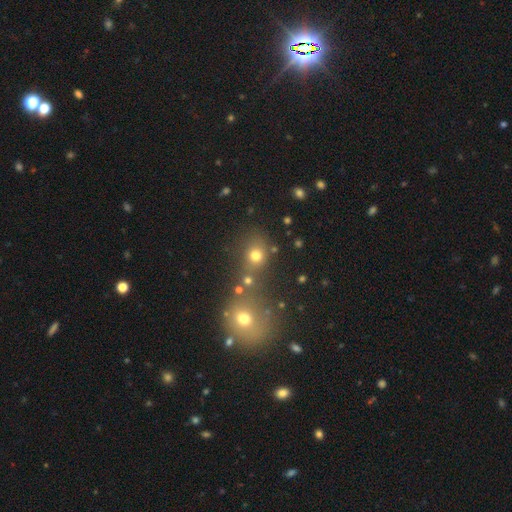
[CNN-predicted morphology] This is likely a smooth galaxy (71%). How rounded: likely round (77%). Merging: possibly none (57%).